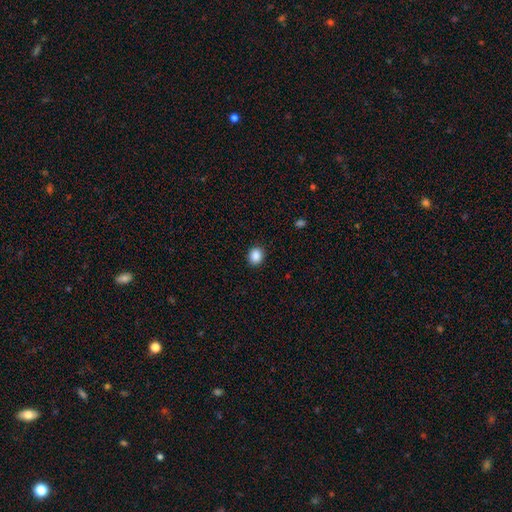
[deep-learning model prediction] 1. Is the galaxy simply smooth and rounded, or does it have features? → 88% smooth, 9% star or artifact, 3% featured or disk.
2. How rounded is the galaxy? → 72% round, 27% in between, 1% cigar-shaped.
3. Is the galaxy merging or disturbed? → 91% none, 6% minor disturbance, 2% major disturbance, 1% merger.